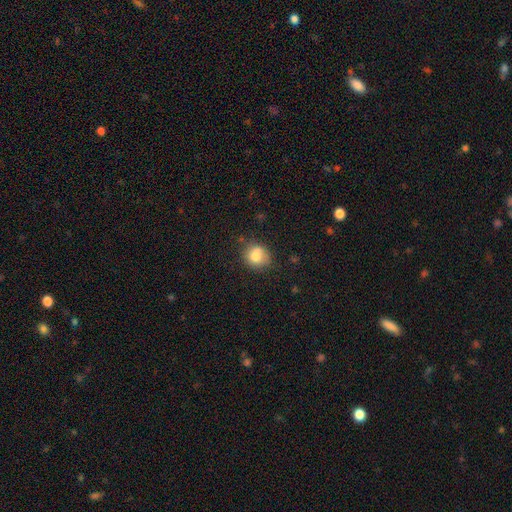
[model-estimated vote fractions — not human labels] A smooth galaxy with no disk features (77%) that is round (79%). Merging: none (61%).